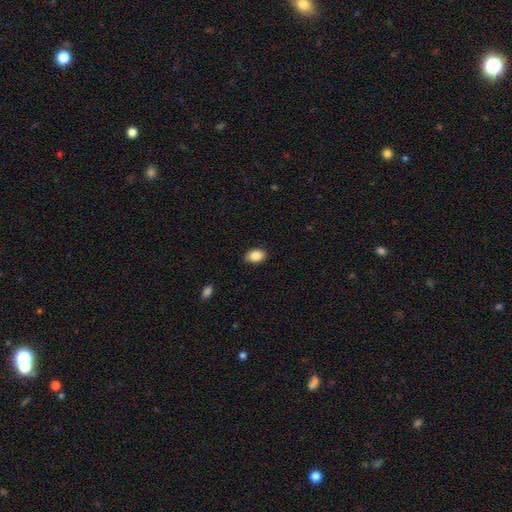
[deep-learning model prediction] Smooth or featured?
  - smooth: 87% *
  - star or artifact: 8%
  - featured or disk: 6%
How rounded?
  - in between: 85% *
  - round: 13%
  - cigar-shaped: 1%
Merging?
  - none: 87% *
  - minor disturbance: 10%
  - major disturbance: 2%
  - merger: 1%